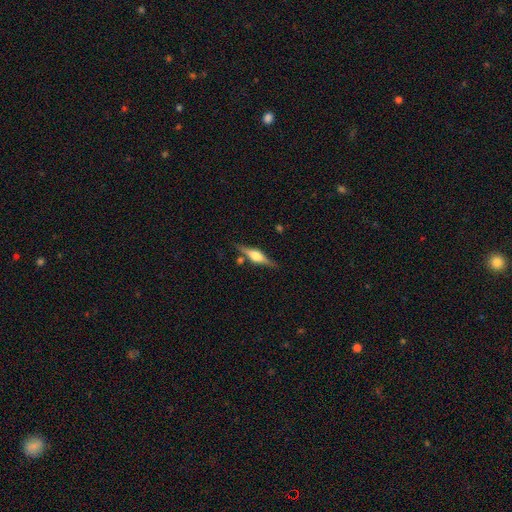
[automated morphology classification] type=featured or disk (75%); edge-on=yes (97%); edge-on bulge=rounded (90%); merging=none (83%).